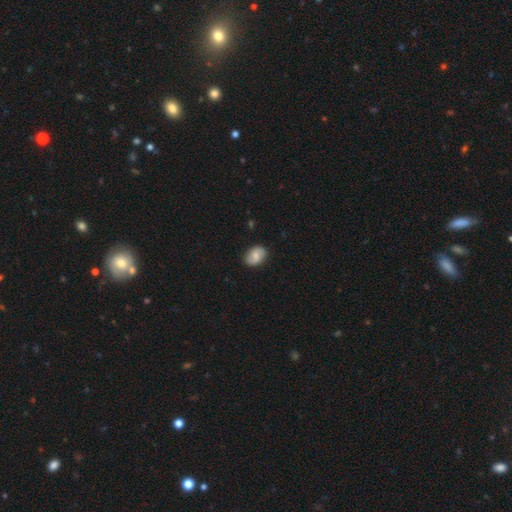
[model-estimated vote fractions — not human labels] smooth 66%, featured or disk 27%, star or artifact 7%. Down the decision tree: how rounded — in between (78%); merging — none (83%).